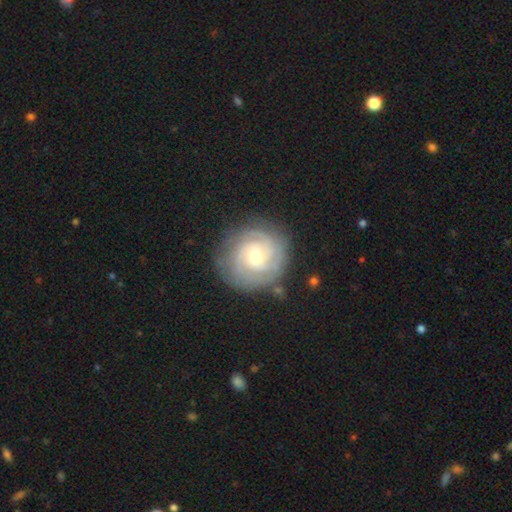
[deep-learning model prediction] Q: Smooth or featured?
A: featured or disk (80%); runner-up: smooth (14%)
Q: Edge-on disk?
A: no (98%); runner-up: yes (2%)
Q: Bar?
A: no (63%); runner-up: weak (30%)
Q: Spiral arms?
A: yes (95%); runner-up: no (5%)
Q: Spiral winding?
A: tight (78%); runner-up: medium (18%)
Q: Spiral arm count?
A: can't tell (29%); runner-up: 3 (27%)
Q: Bulge size?
A: moderate (66%); runner-up: small (28%)
Q: Merging?
A: none (82%); runner-up: minor disturbance (12%)